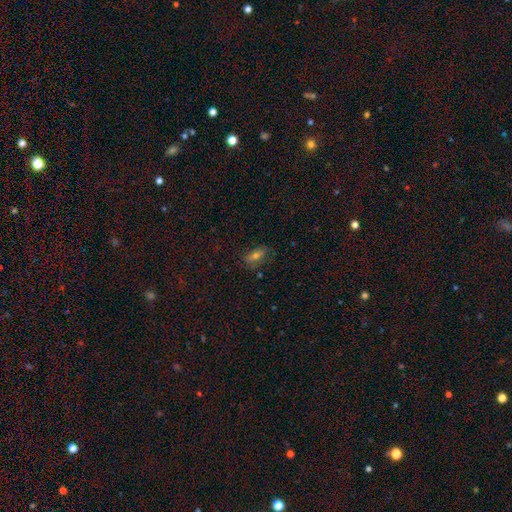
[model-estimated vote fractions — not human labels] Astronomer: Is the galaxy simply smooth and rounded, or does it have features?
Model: smooth — 50% (runner-up: featured or disk, 29%).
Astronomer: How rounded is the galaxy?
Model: in between — 77%.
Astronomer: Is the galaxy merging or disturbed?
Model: none — 75%.